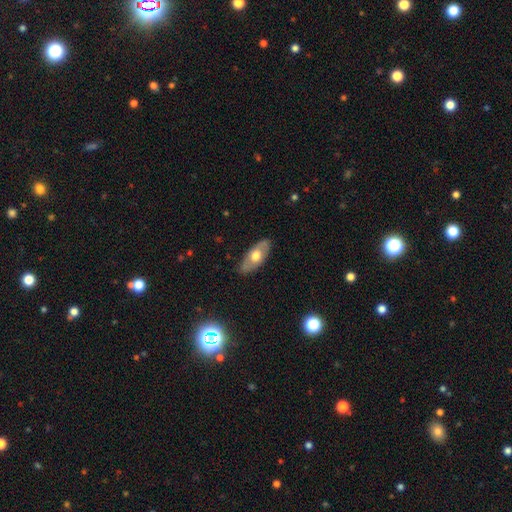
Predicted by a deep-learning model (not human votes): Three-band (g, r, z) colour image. It shows a smooth galaxy with no disk features (52%) that is in between round and cigar-shaped (87%). Merging: none (84%).